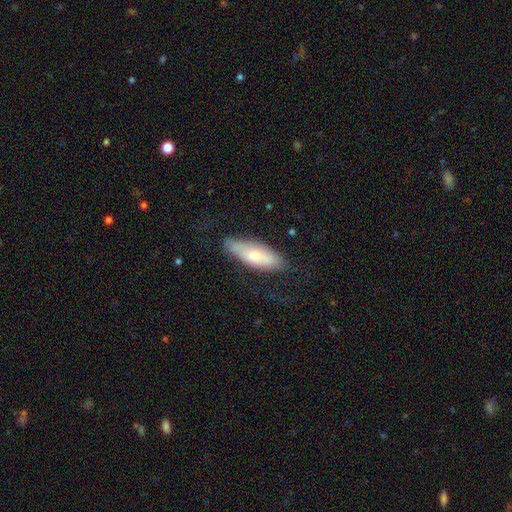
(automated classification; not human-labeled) A smooth galaxy with no disk features (65%) that is in between round and cigar-shaped (63%).

Vote fractions:
- Smooth or featured? smooth: 65% / featured or disk: 29% / star or artifact: 6%
- How rounded? in between: 63% / cigar-shaped: 35% / round: 2%
- Merging? none: 69% / minor disturbance: 22% / major disturbance: 7% / merger: 2%